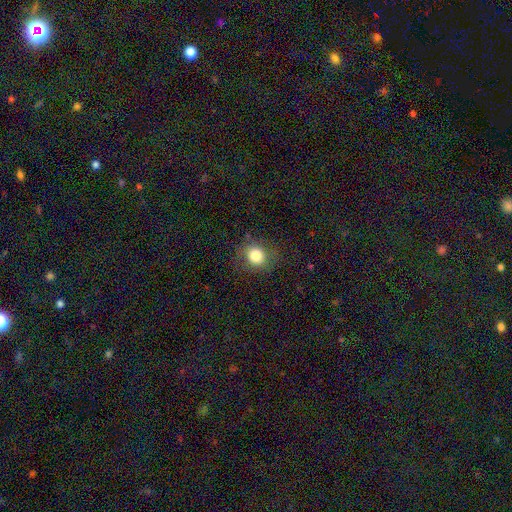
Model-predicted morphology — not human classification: A smooth galaxy with no disk features (81%) that is round (71%).

Vote fractions:
- Smooth or featured? smooth: 81% / star or artifact: 11% / featured or disk: 8%
- How rounded? round: 71% / in between: 28% / cigar-shaped: 1%
- Merging? none: 81% / minor disturbance: 13% / major disturbance: 5% / merger: 1%